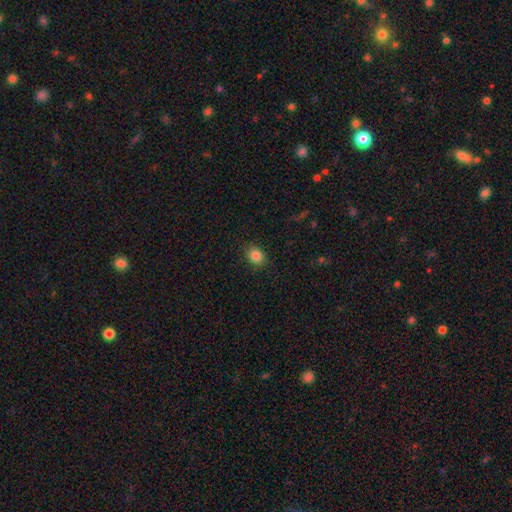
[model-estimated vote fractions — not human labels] Overall: smooth (84%). How rounded: round (62%; in between 37%). Merging: none (86%).